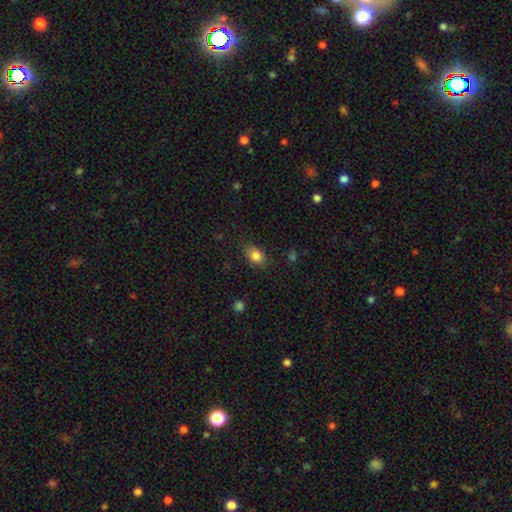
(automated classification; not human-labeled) This appears to be a smooth galaxy with no disk features (83%) that is in between round and cigar-shaped (75%). Merging: none (79%).